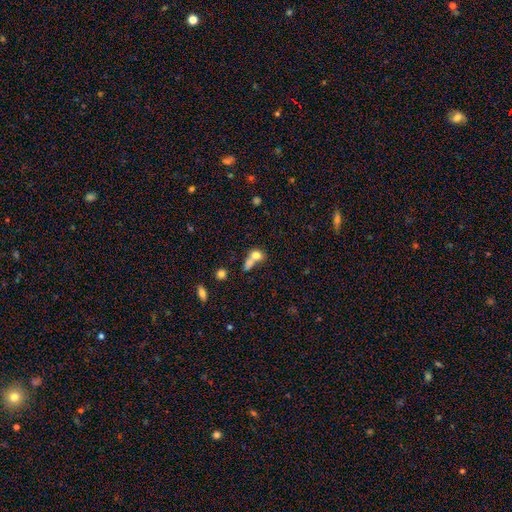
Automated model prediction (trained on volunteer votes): Smooth or featured: smooth — 73% (featured or disk — 16%)
How rounded: round — 48% (in between — 46%)
Merging: merger — 61% (none — 22%)